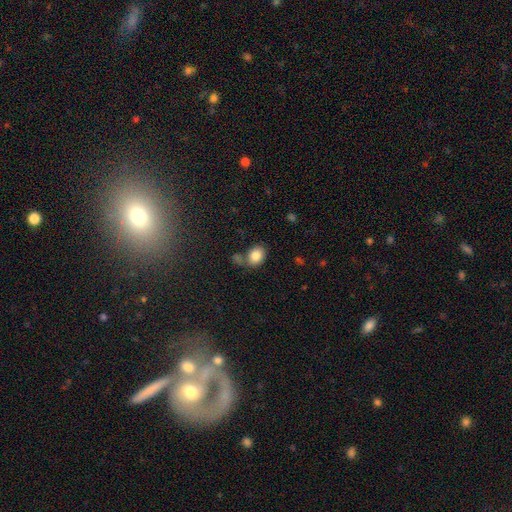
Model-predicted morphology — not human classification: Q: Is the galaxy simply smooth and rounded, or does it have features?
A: smooth — 83%.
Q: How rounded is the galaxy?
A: in between — 58%.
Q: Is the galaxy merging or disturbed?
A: none — 57%.